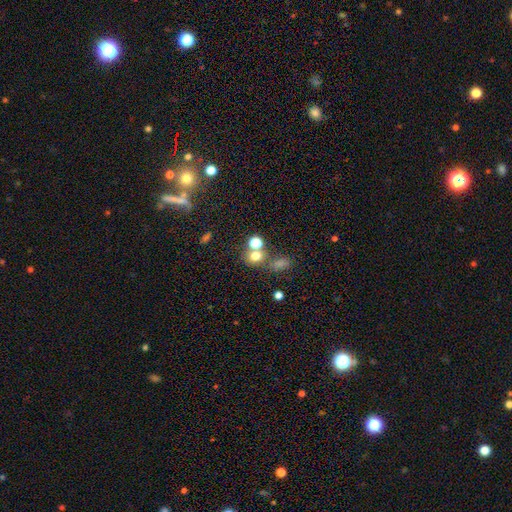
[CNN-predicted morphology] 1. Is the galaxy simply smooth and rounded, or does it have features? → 68% smooth, 21% star or artifact, 11% featured or disk.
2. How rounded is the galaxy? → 69% round, 30% in between, 1% cigar-shaped.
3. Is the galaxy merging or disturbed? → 52% none, 32% merger, 10% minor disturbance, 6% major disturbance.